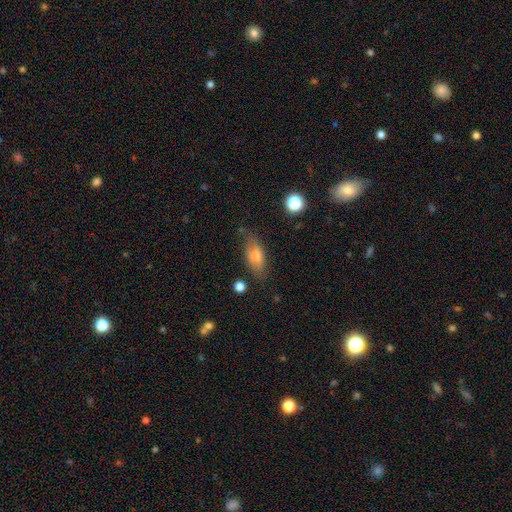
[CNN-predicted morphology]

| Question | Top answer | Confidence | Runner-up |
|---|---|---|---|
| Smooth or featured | smooth | 63% | featured or disk (28%) |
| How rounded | in between | 74% | cigar-shaped (22%) |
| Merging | none | 75% | minor disturbance (18%) |